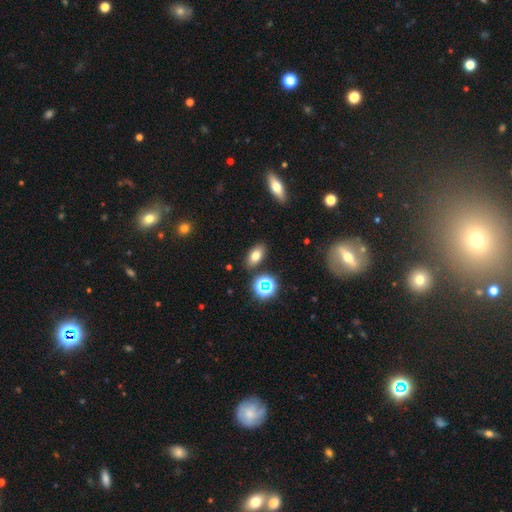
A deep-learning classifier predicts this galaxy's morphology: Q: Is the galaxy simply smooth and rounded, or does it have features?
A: smooth — 73%.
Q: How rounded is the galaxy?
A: in between — 85%.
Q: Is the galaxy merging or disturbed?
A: none — 84%.